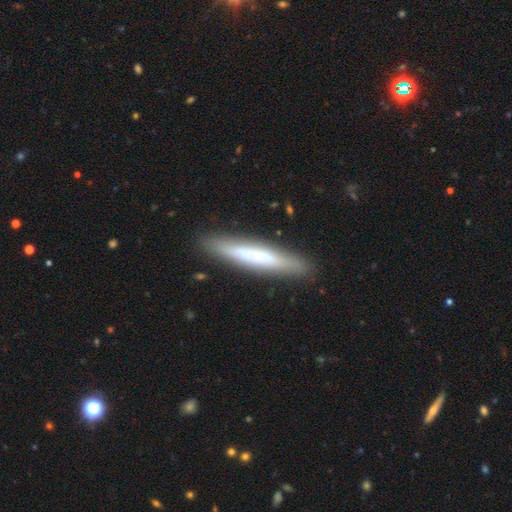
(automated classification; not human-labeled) This appears to be a smooth galaxy with no disk features (53%) that is cigar-shaped (92%). Merging: none (88%).